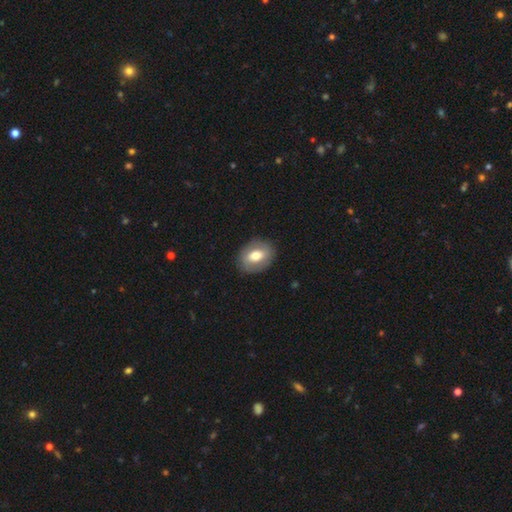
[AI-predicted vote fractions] A smooth galaxy with no disk features (65%) that is in between round and cigar-shaped (69%).

Vote fractions:
- Smooth or featured? smooth: 65% / featured or disk: 28% / star or artifact: 7%
- How rounded? in between: 69% / round: 30% / cigar-shaped: 1%
- Merging? none: 86% / minor disturbance: 10% / major disturbance: 3% / merger: 1%